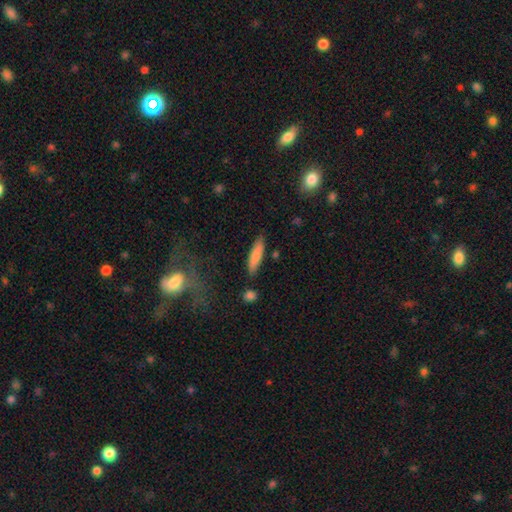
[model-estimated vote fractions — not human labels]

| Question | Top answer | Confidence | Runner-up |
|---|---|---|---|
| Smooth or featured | smooth | 80% | featured or disk (14%) |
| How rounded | cigar-shaped | 73% | in between (25%) |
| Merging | none | 83% | minor disturbance (11%) |